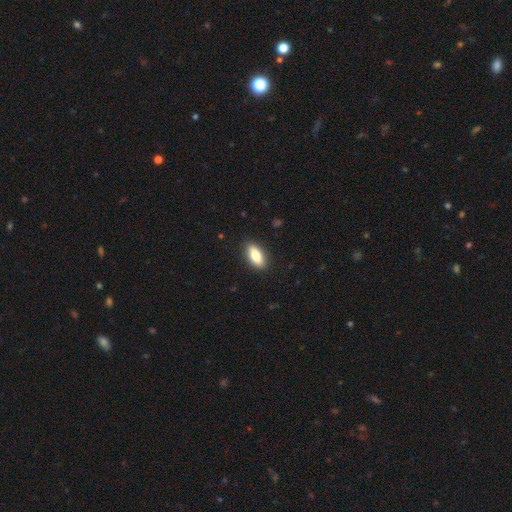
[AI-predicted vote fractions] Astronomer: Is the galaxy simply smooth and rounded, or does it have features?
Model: smooth — 80%.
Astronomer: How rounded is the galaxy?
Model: in between — 86%.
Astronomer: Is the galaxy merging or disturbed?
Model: none — 89%.